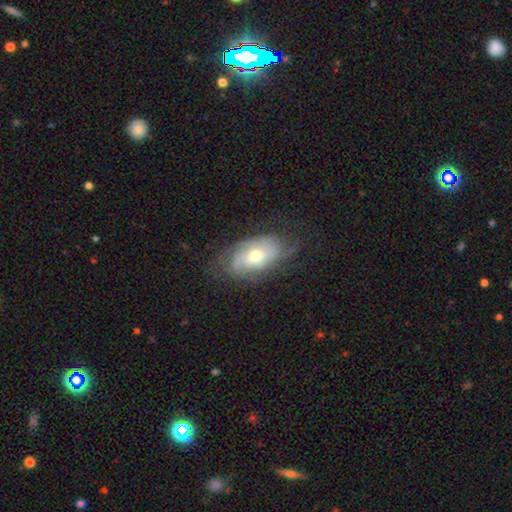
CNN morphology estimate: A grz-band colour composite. It shows a featured or disk galaxy (62%) with no bar (73%), spiral arms (80%) and a moderate central bulge (71%). Merging: none (65%).